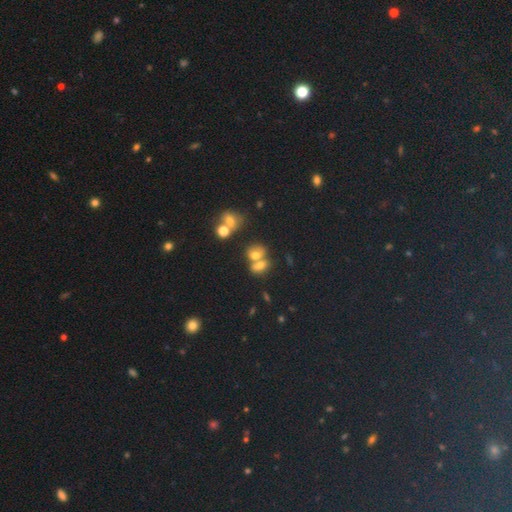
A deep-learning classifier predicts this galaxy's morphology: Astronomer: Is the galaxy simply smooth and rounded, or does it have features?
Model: smooth — 66%.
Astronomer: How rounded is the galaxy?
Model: in between — 57% (runner-up: round, 40%).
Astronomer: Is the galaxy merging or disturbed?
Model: merger — 53% (runner-up: none, 34%).